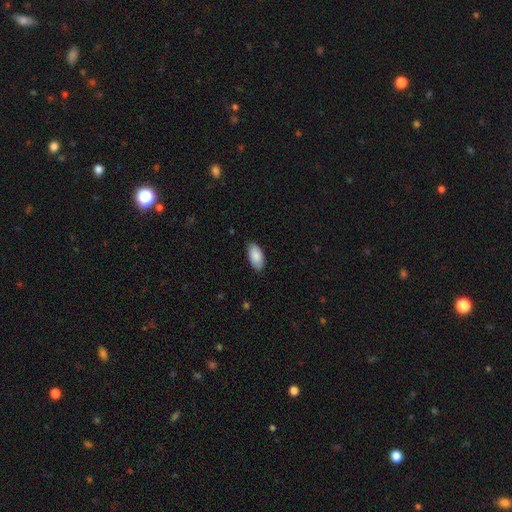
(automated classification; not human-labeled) Q: Smooth or featured?
A: smooth (89%); runner-up: star or artifact (6%)
Q: How rounded?
A: in between (94%); runner-up: cigar-shaped (4%)
Q: Merging?
A: none (84%); runner-up: minor disturbance (13%)